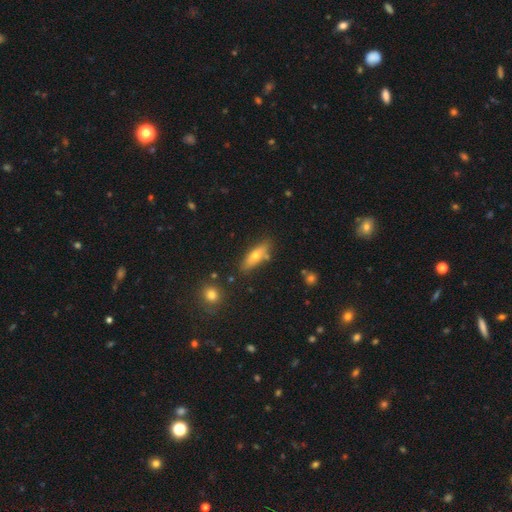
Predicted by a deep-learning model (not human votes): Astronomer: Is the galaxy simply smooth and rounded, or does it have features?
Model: smooth — 55% (runner-up: featured or disk, 36%).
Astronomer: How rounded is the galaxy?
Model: in between — 48%, tied with cigar-shaped at 48%.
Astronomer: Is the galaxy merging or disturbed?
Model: none — 79%.